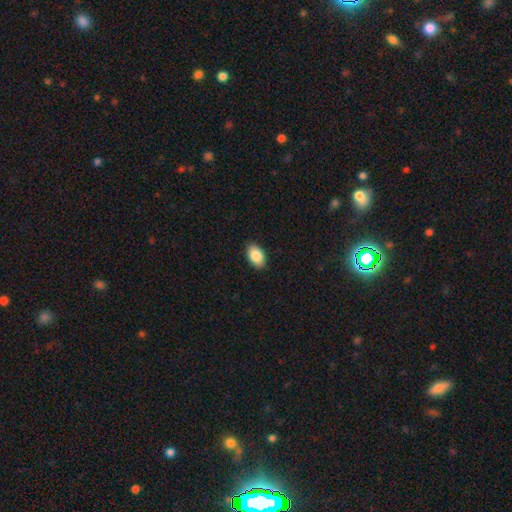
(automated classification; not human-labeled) The model was most divided on "merging": none: 89%, minor disturbance: 9%, major disturbance: 2%, merger: 1%. More confident: how rounded — in between (92%); smooth or featured — smooth (87%).